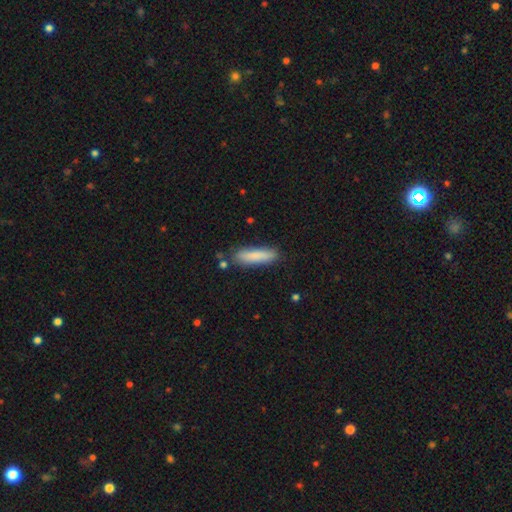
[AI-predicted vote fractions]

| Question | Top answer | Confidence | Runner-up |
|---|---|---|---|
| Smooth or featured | smooth | 84% | featured or disk (10%) |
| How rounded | cigar-shaped | 76% | in between (22%) |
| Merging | none | 82% | minor disturbance (13%) |